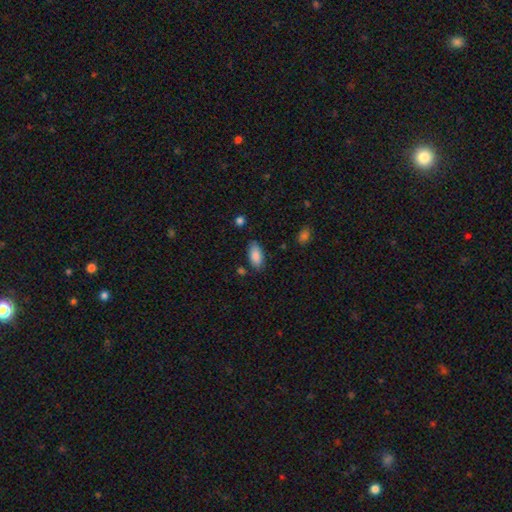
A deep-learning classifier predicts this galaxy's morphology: Overall: smooth (88%). How rounded: in between (92%). Merging: none (79%).